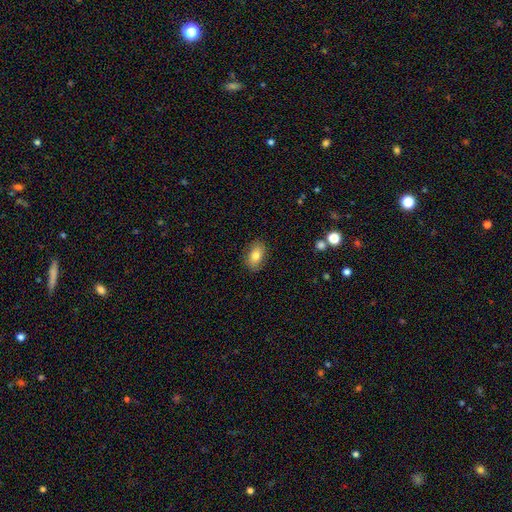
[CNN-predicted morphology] A smooth galaxy with no disk features (78%) that is in between round and cigar-shaped (86%).

Vote fractions:
- Smooth or featured? smooth: 78% / featured or disk: 14% / star or artifact: 8%
- How rounded? in between: 86% / round: 12% / cigar-shaped: 2%
- Merging? none: 85% / minor disturbance: 11% / major disturbance: 3% / merger: 1%